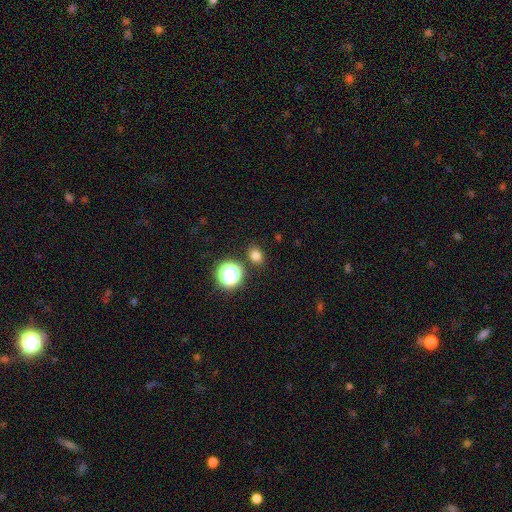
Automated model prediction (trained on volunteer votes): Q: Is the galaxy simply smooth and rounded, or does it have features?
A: smooth — 76%.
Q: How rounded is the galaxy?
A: round — 52%.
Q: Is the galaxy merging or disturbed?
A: none — 83%.